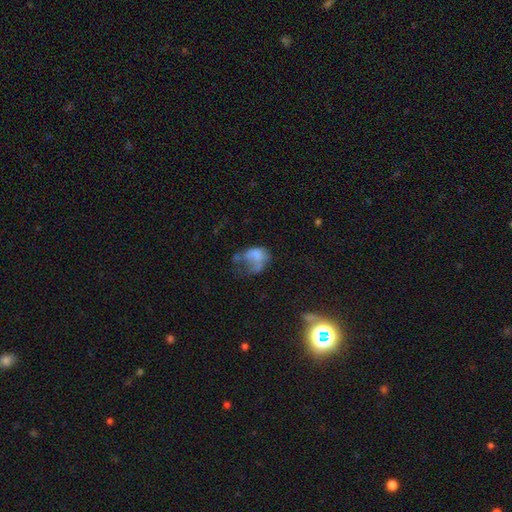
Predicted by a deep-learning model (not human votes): Smooth or featured? Predicted: smooth (p=0.53). How rounded? Predicted: in between (p=0.74). Merging? Predicted: major disturbance (p=0.48).